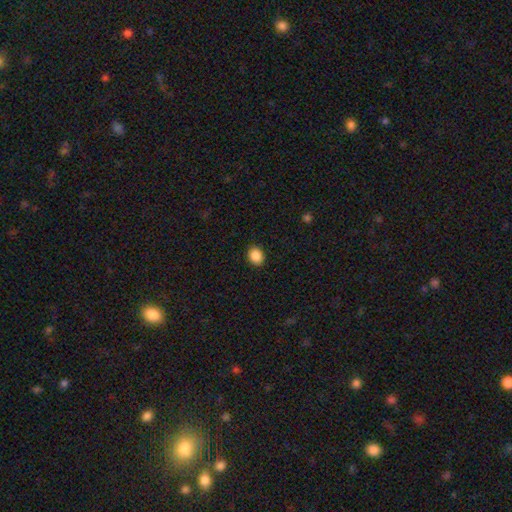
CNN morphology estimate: This appears to be a smooth galaxy with no disk features (89%) that is round (50%). Merging: none (90%).